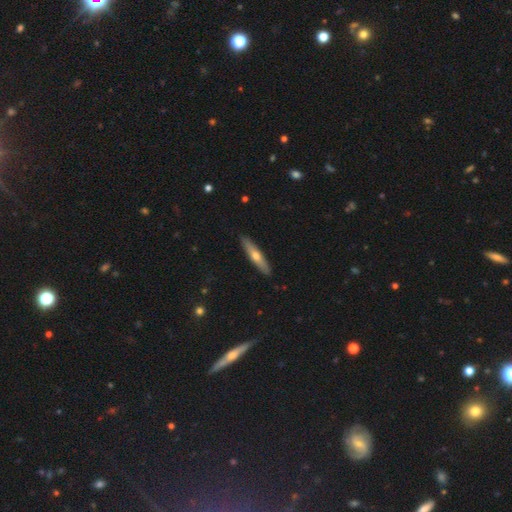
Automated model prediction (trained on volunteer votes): Smooth or featured? featured or disk (47%, tied with smooth)
Merging? none (90%)